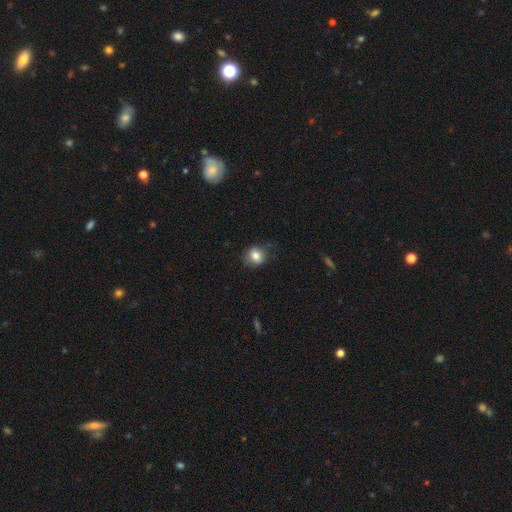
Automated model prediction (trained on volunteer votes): Smooth or featured? Predicted: smooth (p=0.81). How rounded? Predicted: round (p=0.72). Merging? Predicted: none (p=0.73).